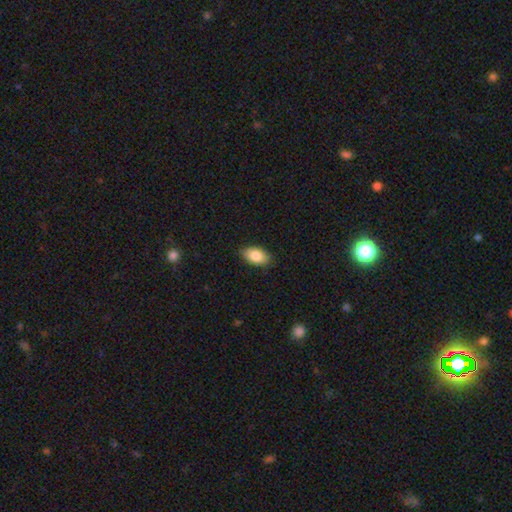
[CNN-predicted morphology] This appears to be a smooth galaxy with no disk features (85%) that is in between round and cigar-shaped (93%). Merging: none (87%).